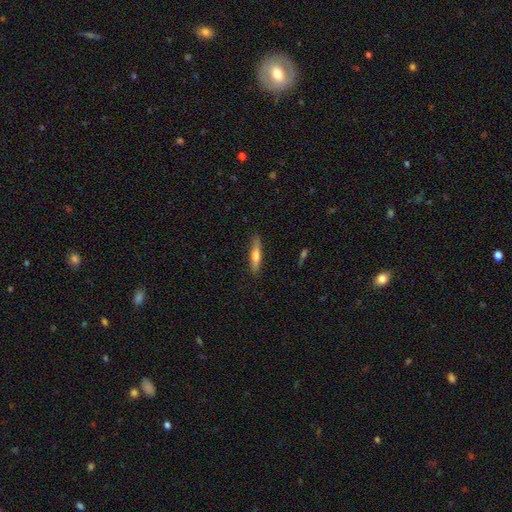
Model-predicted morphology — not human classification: smooth 55%, featured or disk 39%, star or artifact 6%. Down the decision tree: how rounded — cigar-shaped (86%); merging — none (86%).